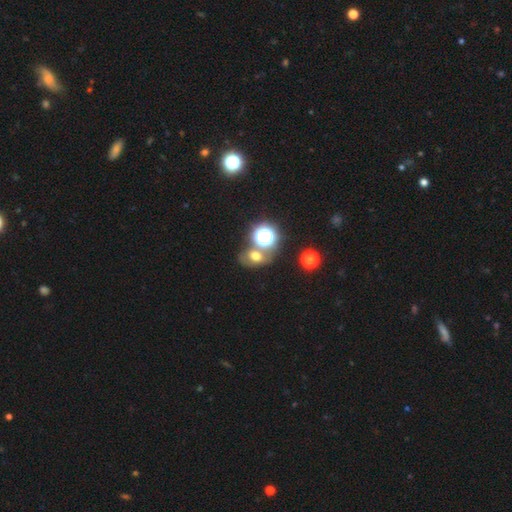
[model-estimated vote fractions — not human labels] Smooth or featured? smooth (54%)
How rounded? in between (55%)
Merging? none (56%)